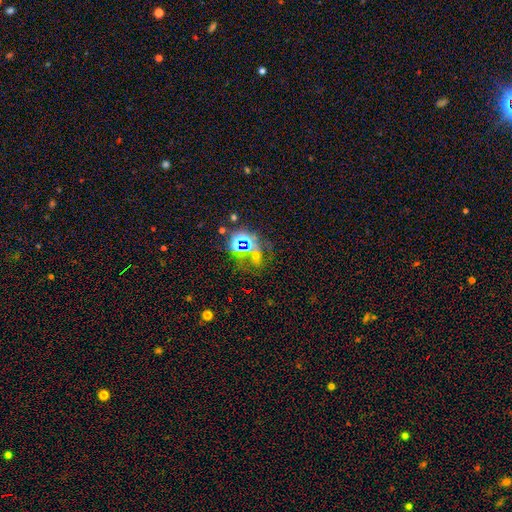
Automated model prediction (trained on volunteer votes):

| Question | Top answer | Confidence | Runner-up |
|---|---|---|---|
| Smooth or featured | star or artifact | 66% | smooth (21%) |